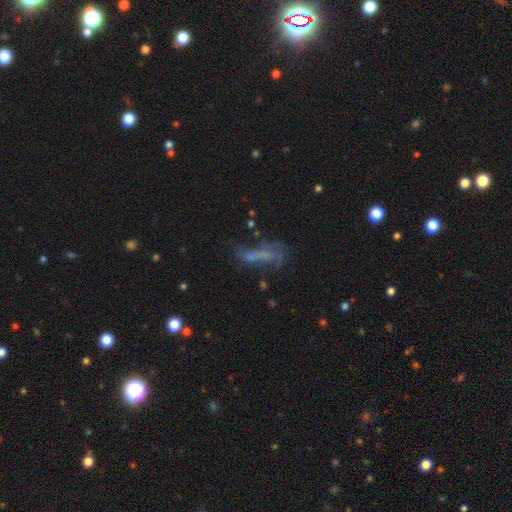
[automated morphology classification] A featured or disk galaxy (39%, tied with smooth). Merging: none (40%).